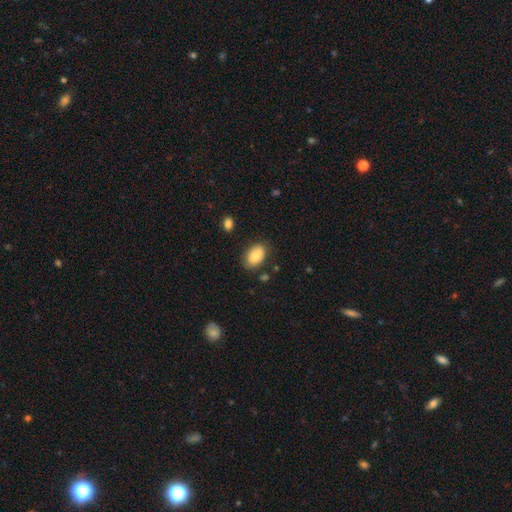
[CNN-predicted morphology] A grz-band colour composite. It shows a smooth galaxy with no disk features (78%) that is in between round and cigar-shaped (85%). Merging: none (78%).